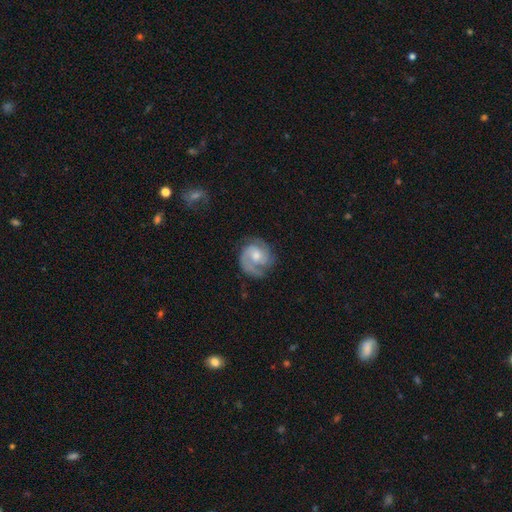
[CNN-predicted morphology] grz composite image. It shows a featured or disk galaxy (79%) with no bar (64%), 2 (54%) tight (46%) spiral arms (95%) and a moderate central bulge (57%). Merging: none (69%).